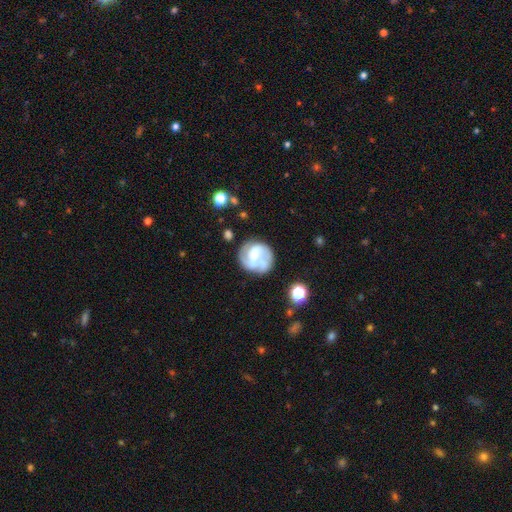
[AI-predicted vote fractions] Smooth or featured: featured or disk — 60% (smooth — 32%)
Edge-on disk: no — 98% (yes — 2%)
Bar: no — 51% (weak — 33%)
Spiral arms: yes — 68% (no — 32%)
Bulge size: none — 32% (small — 29%)
Merging: none — 56% (minor disturbance — 21%)